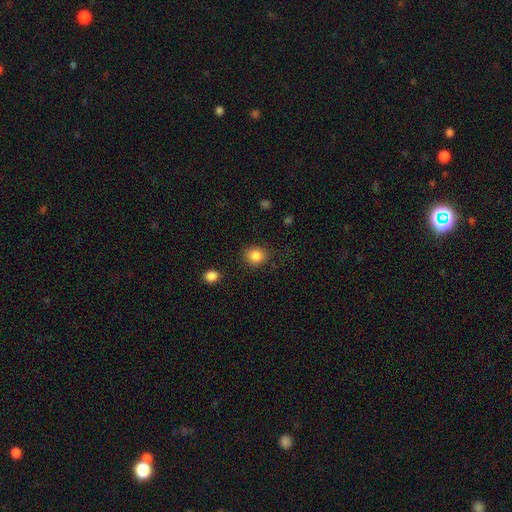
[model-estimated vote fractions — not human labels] A smooth galaxy with no disk features (85%) that is round (72%). Merging: none (81%).